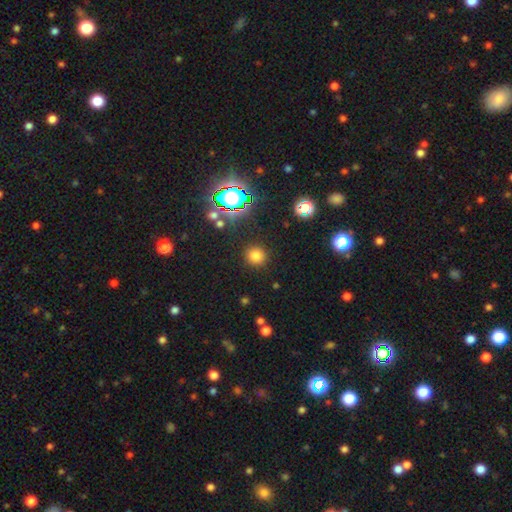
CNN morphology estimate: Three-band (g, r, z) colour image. It shows a smooth galaxy with no disk features (75%) that is round (92%). Merging: none (89%).